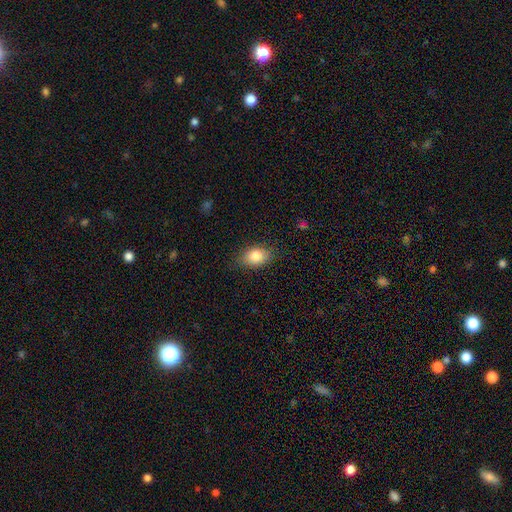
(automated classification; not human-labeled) A smooth galaxy with no disk features (84%) that is in between round and cigar-shaped (81%). Merging: none (83%).